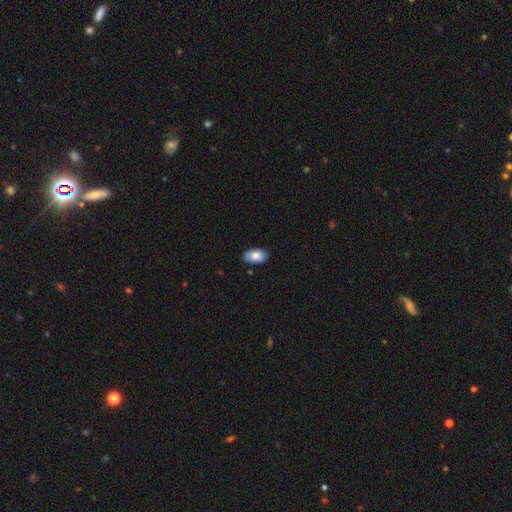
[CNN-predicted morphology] smooth-or-featured: smooth: 80% | featured or disk: 13% | star or artifact: 7%
  how-rounded: in between: 94% | round: 5% | cigar-shaped: 1%
  merging: none: 80% | minor disturbance: 16% | major disturbance: 2% | merger: 1%